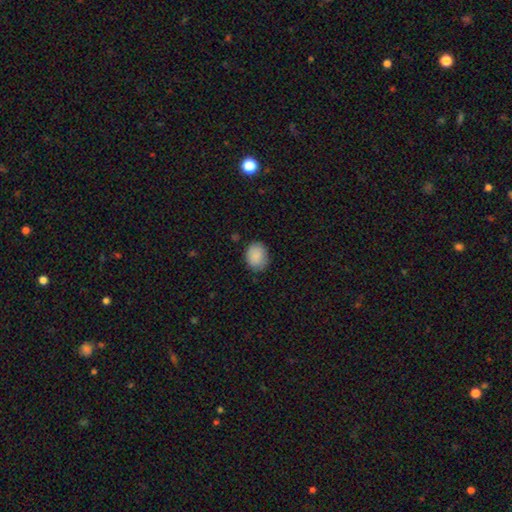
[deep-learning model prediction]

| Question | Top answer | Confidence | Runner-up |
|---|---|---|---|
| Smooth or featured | smooth | 89% | star or artifact (7%) |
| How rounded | in between | 52% | round (47%) |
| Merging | none | 80% | minor disturbance (16%) |